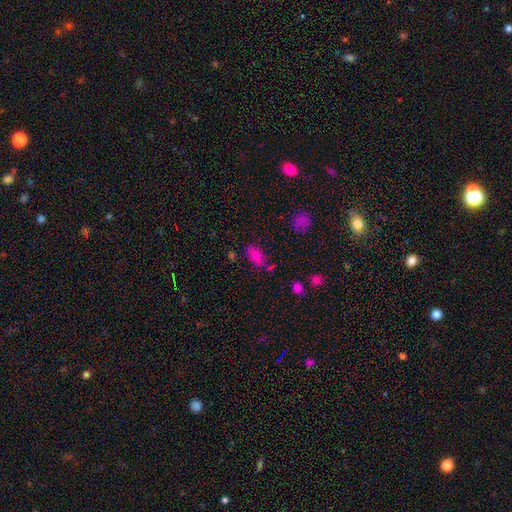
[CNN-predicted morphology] Smooth or featured? Predicted: smooth (p=0.74). How rounded? Predicted: in between (p=0.88). Merging? Predicted: none (p=0.73).